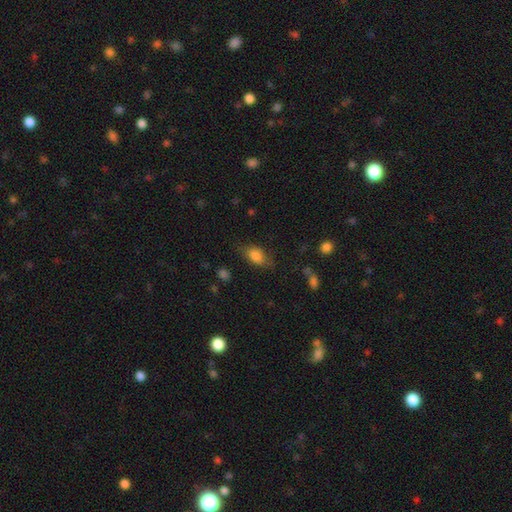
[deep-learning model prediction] Smooth or featured: smooth — 81% (featured or disk — 10%)
How rounded: in between — 86% (round — 10%)
Merging: none — 64% (minor disturbance — 24%)